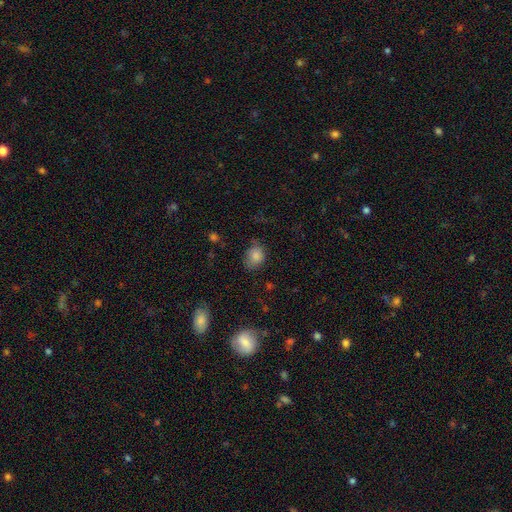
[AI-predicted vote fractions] Smooth or featured: smooth — 83% (star or artifact — 10%)
How rounded: in between — 55% (round — 44%)
Merging: none — 61% (minor disturbance — 28%)